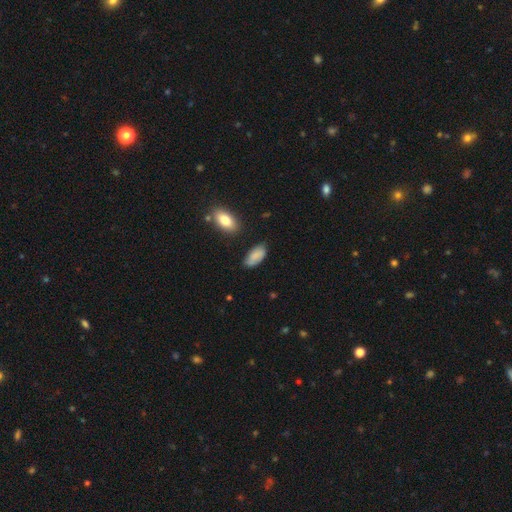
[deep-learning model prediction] Smooth or featured: smooth — 80% (featured or disk — 13%)
How rounded: in between — 92% (cigar-shaped — 6%)
Merging: none — 73% (minor disturbance — 20%)